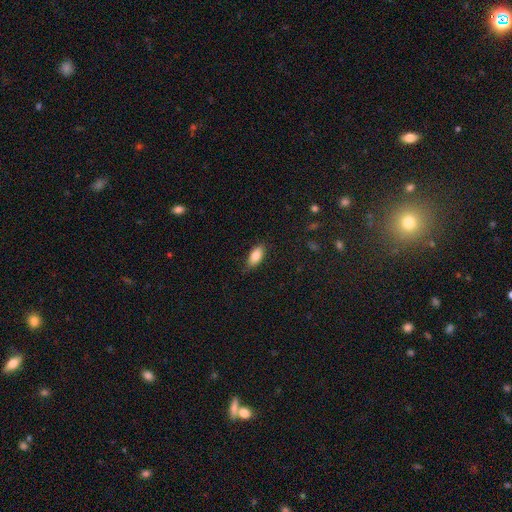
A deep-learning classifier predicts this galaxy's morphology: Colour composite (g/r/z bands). It shows a smooth galaxy with no disk features (84%) that is in between round and cigar-shaped (87%). Merging: none (81%).